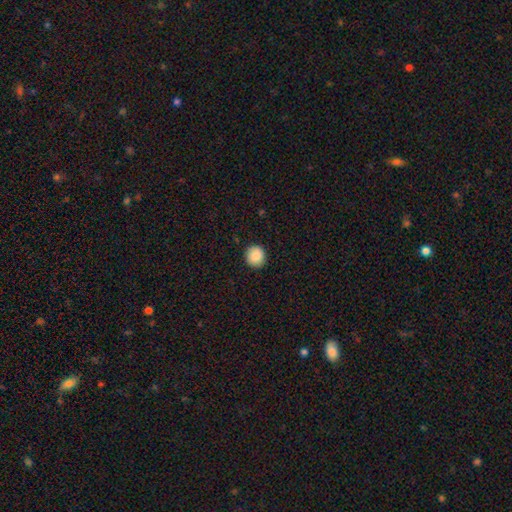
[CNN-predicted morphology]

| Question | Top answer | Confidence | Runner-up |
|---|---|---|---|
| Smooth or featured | smooth | 86% | star or artifact (8%) |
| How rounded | round | 88% | in between (11%) |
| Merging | none | 91% | minor disturbance (7%) |